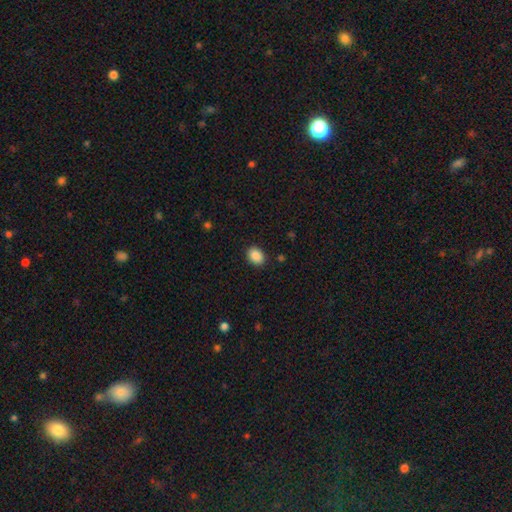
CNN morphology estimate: Smooth or featured? smooth (89%)
How rounded? in between (67%)
Merging? none (89%)